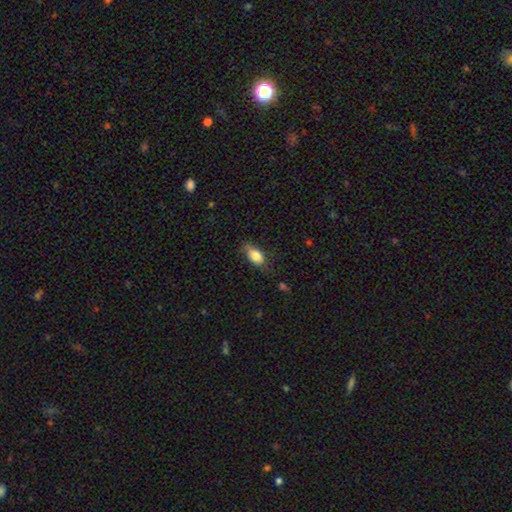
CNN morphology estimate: Q: Smooth or featured?
A: smooth (82%); runner-up: featured or disk (10%)
Q: How rounded?
A: in between (87%); runner-up: cigar-shaped (7%)
Q: Merging?
A: none (63%); runner-up: minor disturbance (27%)